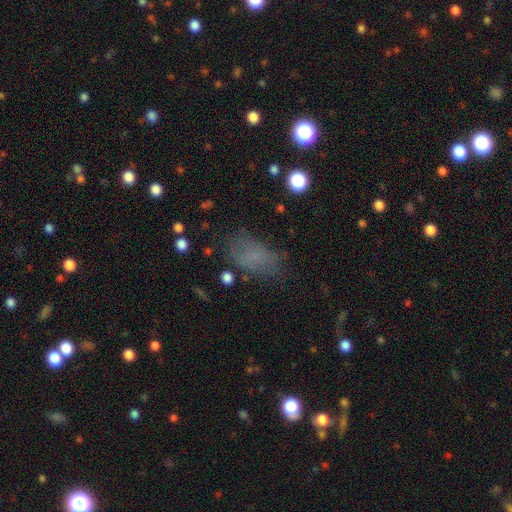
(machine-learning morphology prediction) Smooth or featured?
  - smooth: 68% *
  - star or artifact: 19%
  - featured or disk: 13%
How rounded?
  - in between: 88% *
  - round: 8%
  - cigar-shaped: 4%
Merging?
  - none: 65% *
  - minor disturbance: 21%
  - major disturbance: 12%
  - merger: 3%